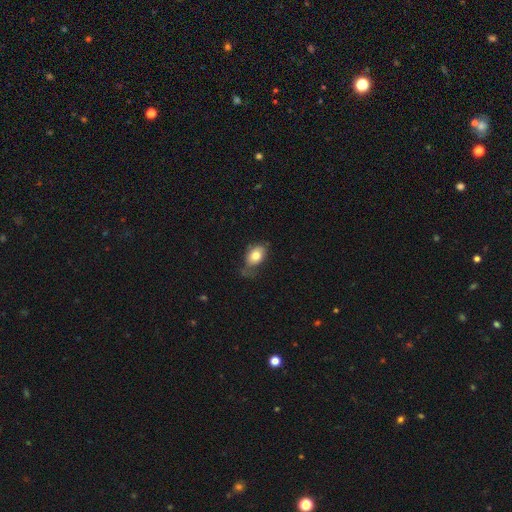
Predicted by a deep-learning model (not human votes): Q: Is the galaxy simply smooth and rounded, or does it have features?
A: smooth — 78%.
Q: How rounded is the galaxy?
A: in between — 82%.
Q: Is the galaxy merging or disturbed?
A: none — 44%.